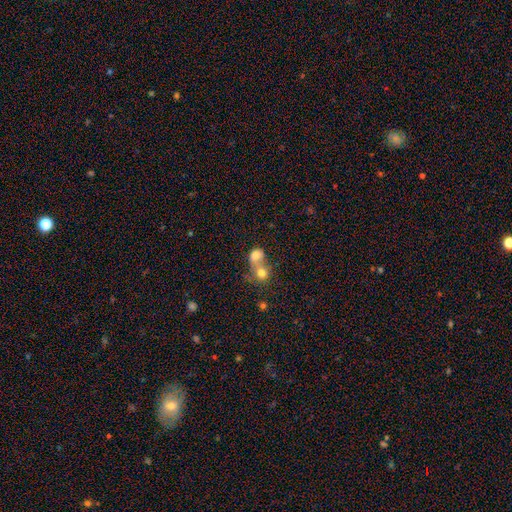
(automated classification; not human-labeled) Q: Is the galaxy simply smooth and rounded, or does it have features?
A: smooth — 74%.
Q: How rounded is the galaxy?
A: round — 61%.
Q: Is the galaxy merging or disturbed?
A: merger — 72%.